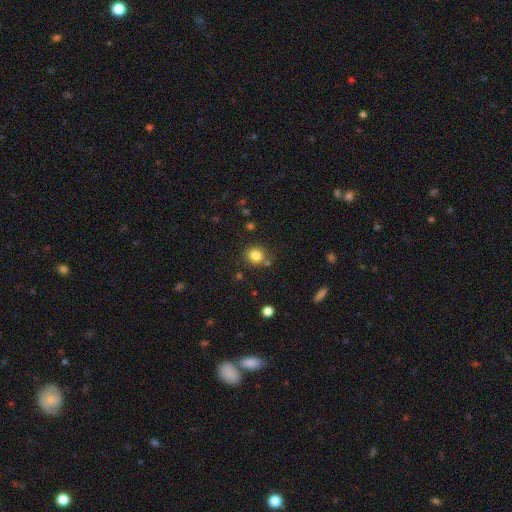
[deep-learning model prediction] Smooth or featured? smooth (82%)
How rounded? round (86%)
Merging? none (77%)